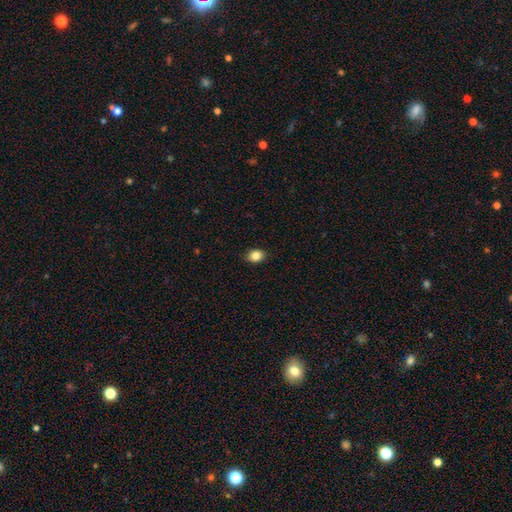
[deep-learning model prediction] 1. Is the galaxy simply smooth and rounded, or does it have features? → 86% smooth, 9% star or artifact, 5% featured or disk.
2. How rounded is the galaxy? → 61% in between, 38% round, 1% cigar-shaped.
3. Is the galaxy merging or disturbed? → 89% none, 9% minor disturbance, 2% major disturbance, 1% merger.